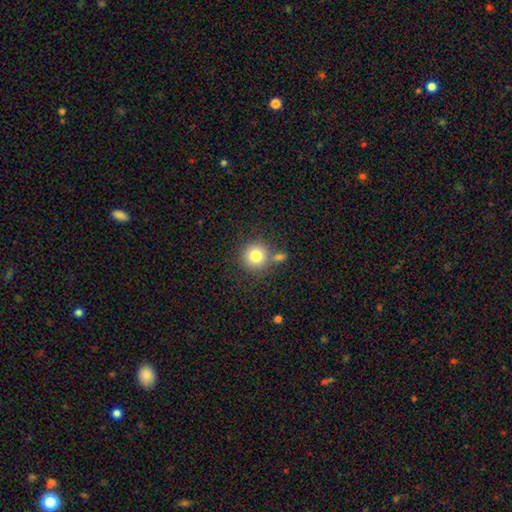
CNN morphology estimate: This appears to be a smooth galaxy with no disk features (80%) that is round (94%). Merging: none (71%).